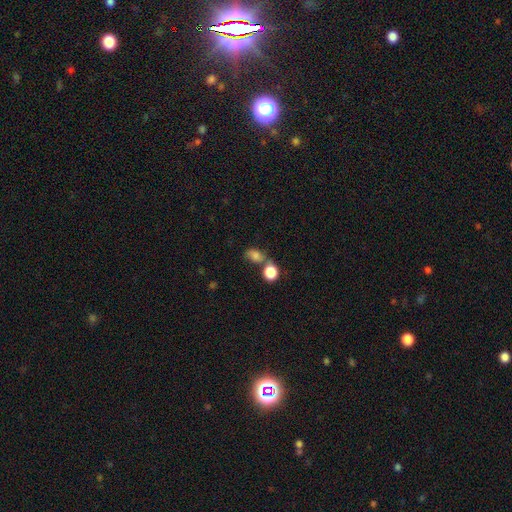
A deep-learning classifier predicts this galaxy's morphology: smooth 77%, star or artifact 13%, featured or disk 10%. Down the decision tree: how rounded — in between (61%); merging — none (39%).